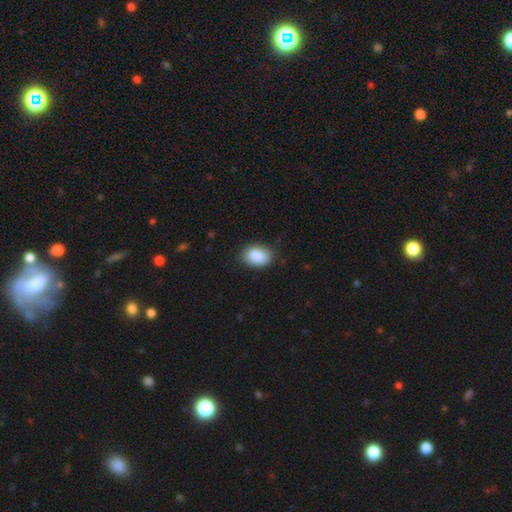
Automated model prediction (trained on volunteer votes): A smooth galaxy with no disk features (88%) that is in between round and cigar-shaped (79%).

Vote fractions:
- Smooth or featured? smooth: 88% / star or artifact: 7% / featured or disk: 5%
- How rounded? in between: 79% / round: 20% / cigar-shaped: 1%
- Merging? none: 80% / minor disturbance: 16% / major disturbance: 3% / merger: 1%